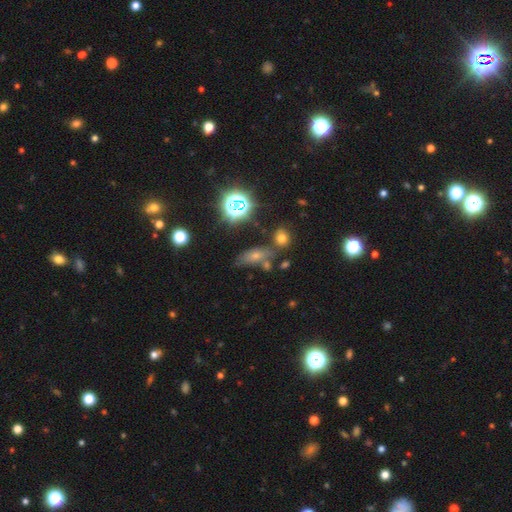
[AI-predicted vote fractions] Smooth or featured?
  - smooth: 42% *
  - star or artifact: 36%
  - featured or disk: 21%
Merging?
  - none: 67% *
  - minor disturbance: 14%
  - merger: 14%
  - major disturbance: 6%